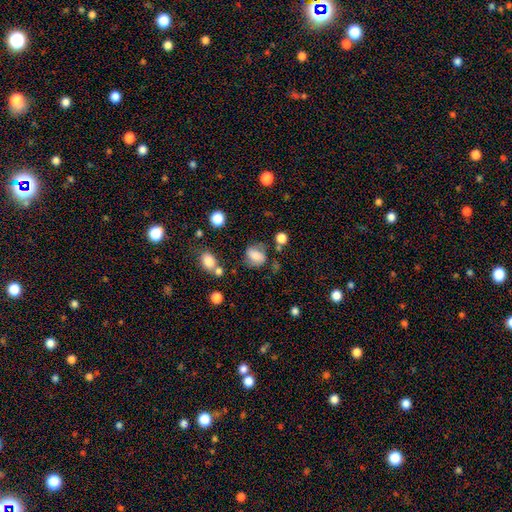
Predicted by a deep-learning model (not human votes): smooth 72%, featured or disk 17%, star or artifact 11%. Down the decision tree: how rounded — in between (55%); merging — none (55%).